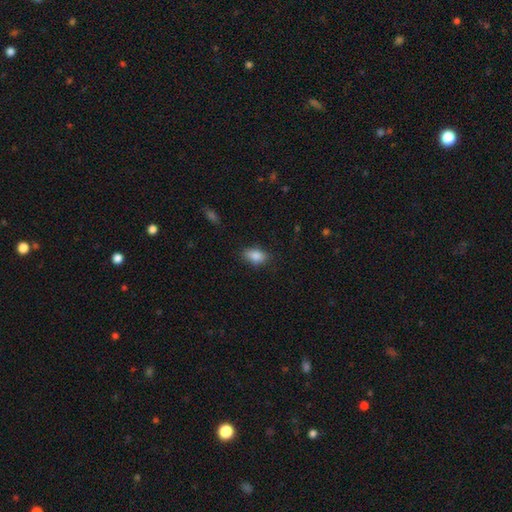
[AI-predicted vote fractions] The model was most divided on "merging": none: 80%, minor disturbance: 15%, major disturbance: 3%, merger: 1%. More confident: how rounded — in between (86%); smooth or featured — smooth (85%).